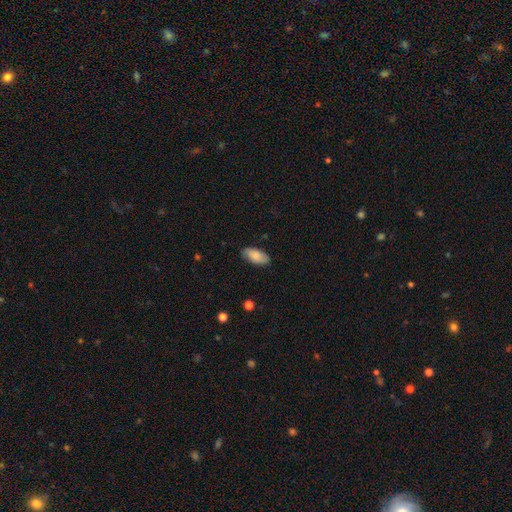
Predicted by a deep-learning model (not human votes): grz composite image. It shows a smooth galaxy with no disk features (82%) that is in between round and cigar-shaped (92%). Merging: none (85%).